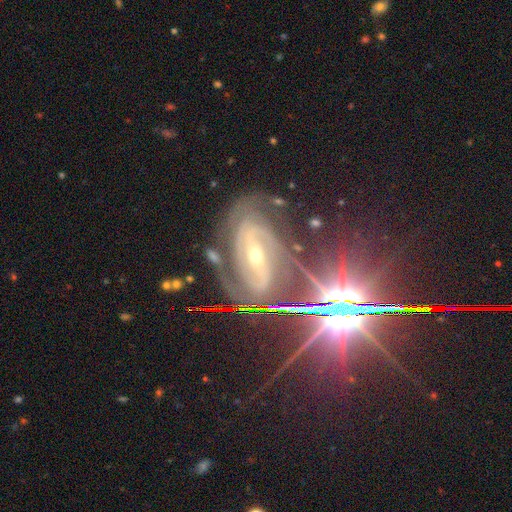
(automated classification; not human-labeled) This is likely a featured or disk galaxy (76%). It is clearly not viewed edge-on (93%). Bar: possibly strong (51%). Spiral arm pattern: clearly yes (95%). Spiral arm count: possibly 2 (52%). Spiral winding: possibly tight (57%). Central bulge: possibly small (55%). Merging: likely none (68%).